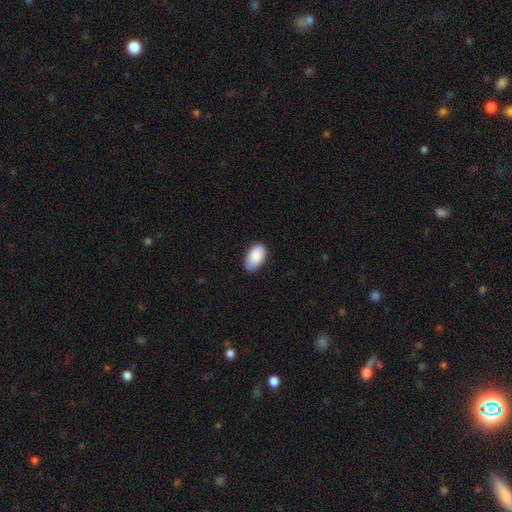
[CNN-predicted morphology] Smooth or featured? Predicted: smooth (p=0.88). How rounded? Predicted: in between (p=0.95). Merging? Predicted: none (p=0.79).